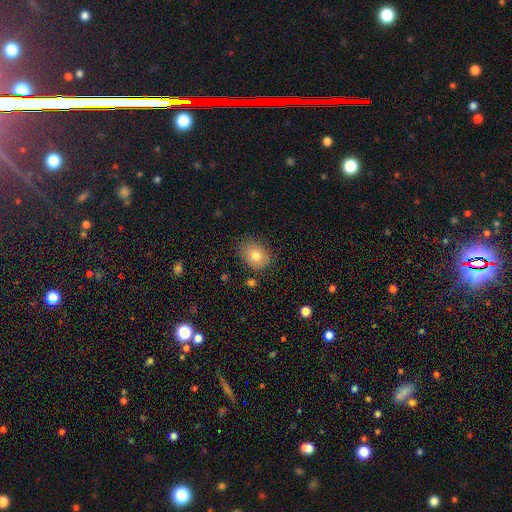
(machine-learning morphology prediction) Overall: smooth (78%). How rounded: in between (59%; round 40%). Merging: none (80%).